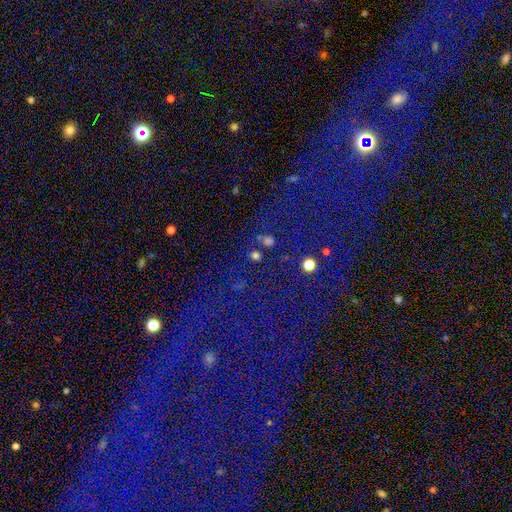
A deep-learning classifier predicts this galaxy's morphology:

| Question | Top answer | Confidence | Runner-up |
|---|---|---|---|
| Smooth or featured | smooth | 67% | star or artifact (26%) |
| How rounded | round | 68% | in between (30%) |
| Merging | none | 70% | merger (14%) |